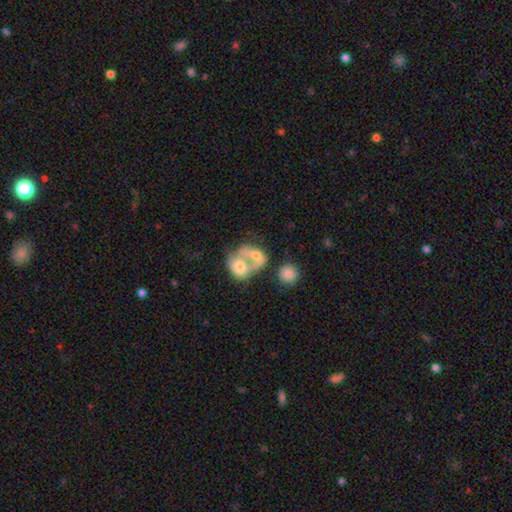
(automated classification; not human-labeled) A smooth galaxy with no disk features (54%) that is in between round and cigar-shaped (55%). Merging: merger (74%).